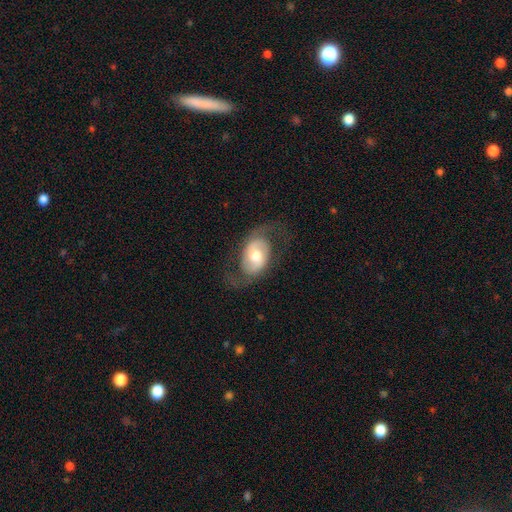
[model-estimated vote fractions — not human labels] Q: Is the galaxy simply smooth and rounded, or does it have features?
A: featured or disk — 69%.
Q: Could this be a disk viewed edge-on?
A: no — 95%.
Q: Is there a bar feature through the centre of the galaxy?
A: no — 53%.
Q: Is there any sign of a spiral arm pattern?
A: yes — 81%.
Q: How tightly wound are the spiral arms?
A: loose — 44%.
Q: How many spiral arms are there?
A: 2 — 88%.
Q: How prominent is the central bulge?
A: moderate — 69%.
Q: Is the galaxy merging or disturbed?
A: none — 69%.